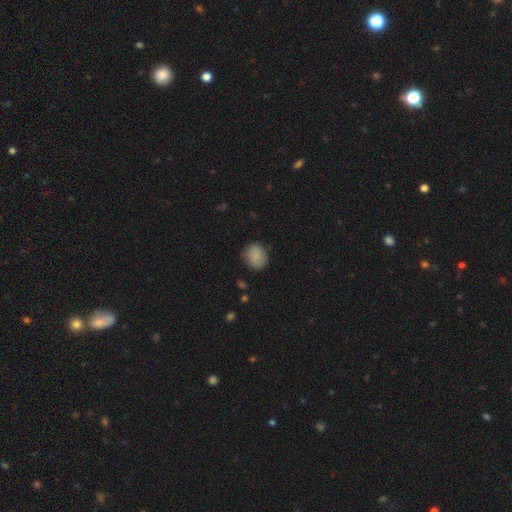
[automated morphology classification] Smooth or featured? Predicted: smooth (p=0.80). How rounded? Predicted: round (p=0.63). Merging? Predicted: none (p=0.79).